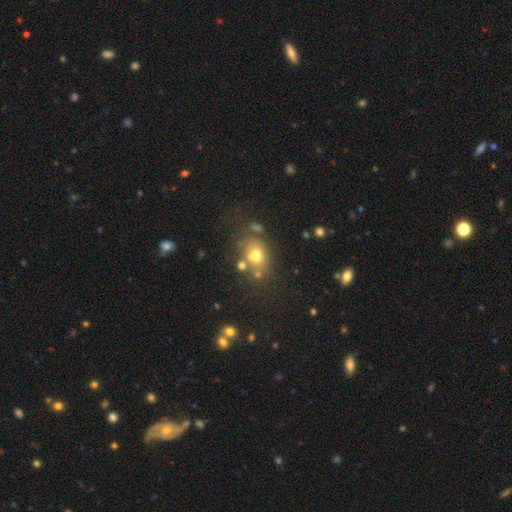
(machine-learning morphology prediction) A smooth galaxy with no disk features (67%) that is round (50%). Merging: none (63%).